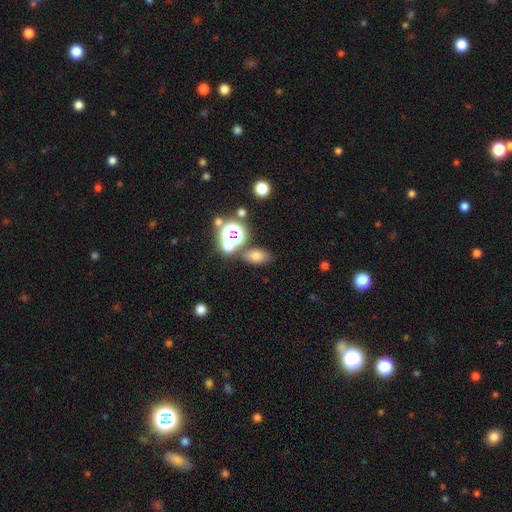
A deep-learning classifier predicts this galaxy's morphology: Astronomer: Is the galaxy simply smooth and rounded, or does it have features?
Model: smooth — 67%.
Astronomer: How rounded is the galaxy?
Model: in between — 79%.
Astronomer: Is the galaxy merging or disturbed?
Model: none — 72%.